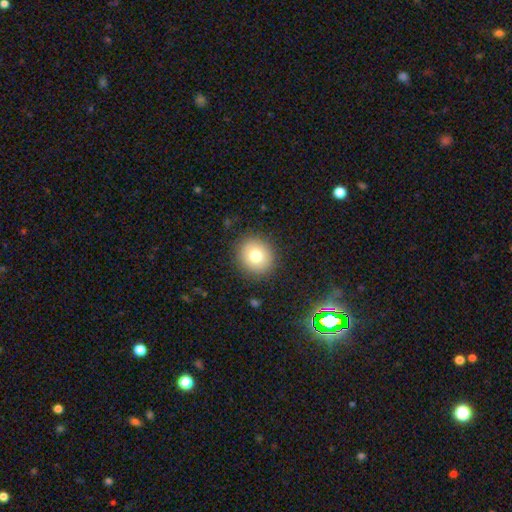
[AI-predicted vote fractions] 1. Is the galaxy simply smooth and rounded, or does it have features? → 75% smooth, 13% featured or disk, 12% star or artifact.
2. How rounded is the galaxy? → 87% round, 12% in between, 1% cigar-shaped.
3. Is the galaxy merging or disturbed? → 89% none, 7% minor disturbance, 3% major disturbance, 1% merger.